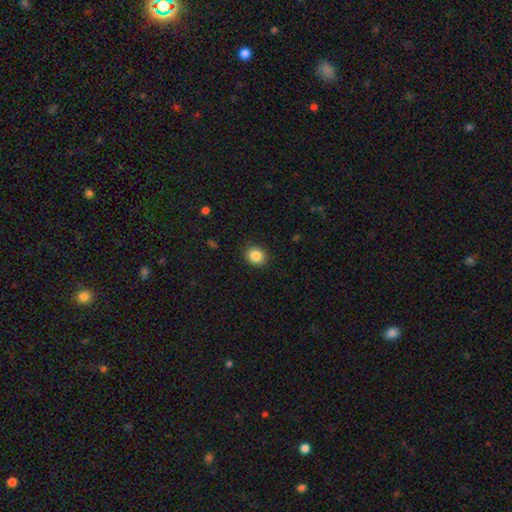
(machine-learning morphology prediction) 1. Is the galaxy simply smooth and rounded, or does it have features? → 86% smooth, 9% star or artifact, 4% featured or disk.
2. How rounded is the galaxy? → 77% round, 22% in between, 1% cigar-shaped.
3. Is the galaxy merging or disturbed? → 90% none, 7% minor disturbance, 2% major disturbance, 1% merger.